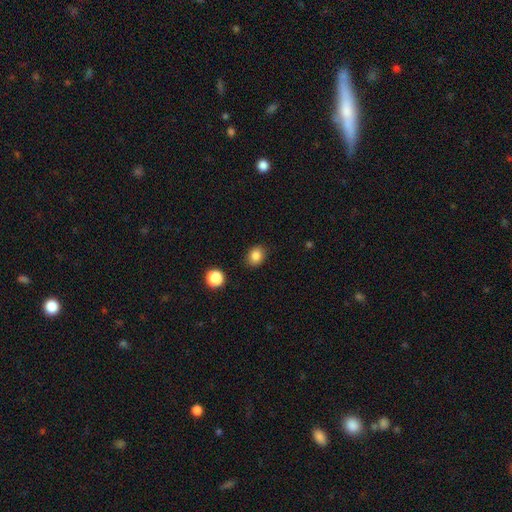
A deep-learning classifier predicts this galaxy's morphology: Smooth or featured? Predicted: smooth (p=0.85). How rounded? Predicted: round (p=0.53). Merging? Predicted: none (p=0.87).